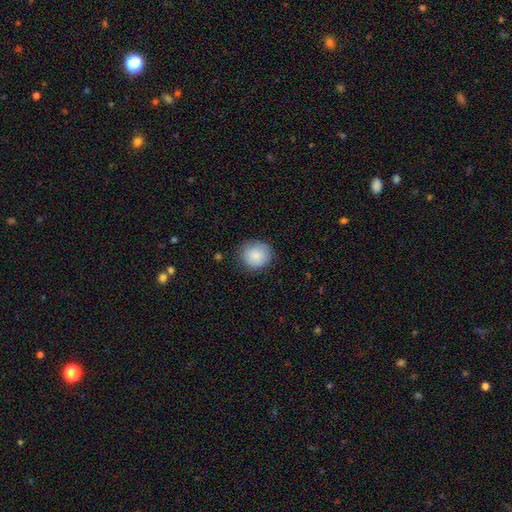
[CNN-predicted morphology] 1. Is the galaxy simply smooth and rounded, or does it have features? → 87% smooth, 7% star or artifact, 6% featured or disk.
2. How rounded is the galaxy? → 86% round, 13% in between, 1% cigar-shaped.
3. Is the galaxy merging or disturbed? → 83% none, 13% minor disturbance, 3% major disturbance, 1% merger.